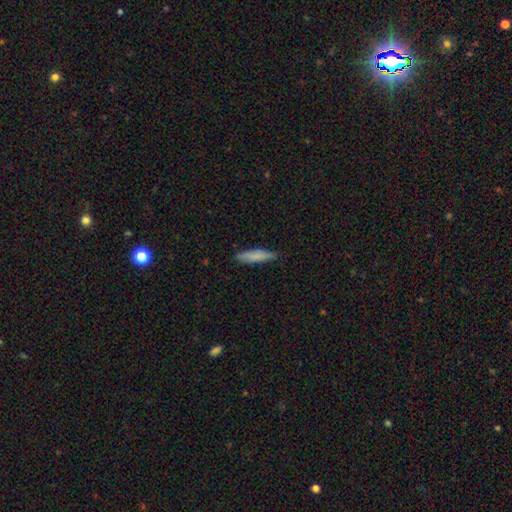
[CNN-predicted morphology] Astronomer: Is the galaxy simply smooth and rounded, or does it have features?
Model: smooth — 82%.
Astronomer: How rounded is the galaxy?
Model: cigar-shaped — 78%.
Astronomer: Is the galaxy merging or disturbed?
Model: none — 83%.